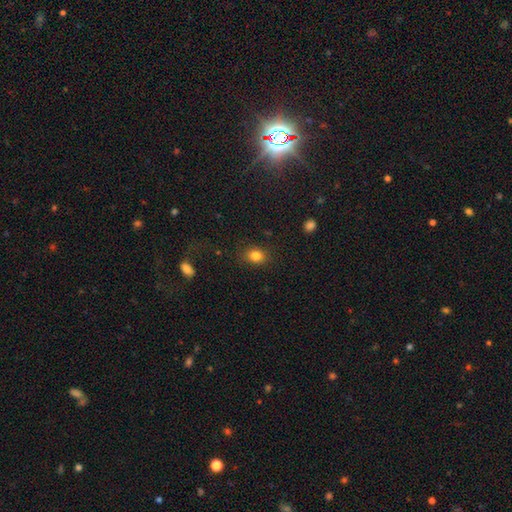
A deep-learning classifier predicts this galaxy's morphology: The model was most divided on "how rounded": in between: 53%, round: 46%, cigar-shaped: 1%. More confident: merging — none (85%); smooth or featured — smooth (83%).